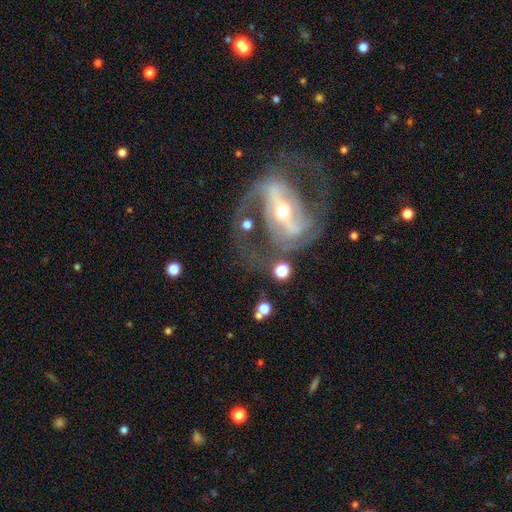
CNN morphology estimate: Smooth or featured? featured or disk (87%)
Edge-on disk? no (95%)
Bar? strong (58%)
Spiral arms? yes (91%)
Spiral winding? medium (53%)
Spiral arm count? 2 (89%)
Bulge size? small (53%)
Merging? none (66%)